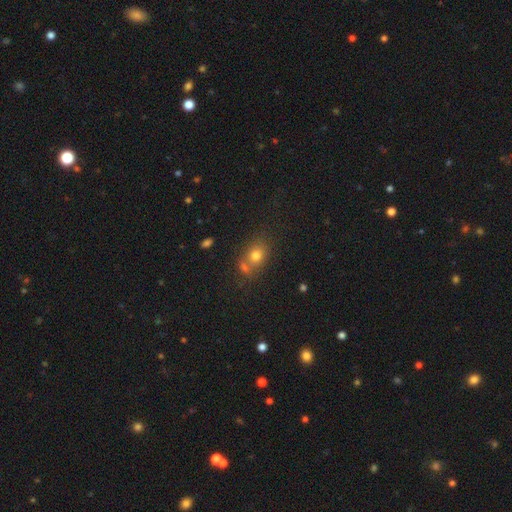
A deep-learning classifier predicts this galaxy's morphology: Overall: smooth (74%). How rounded: round (49%, tied with in between). Merging: none (49%; merger 35%).